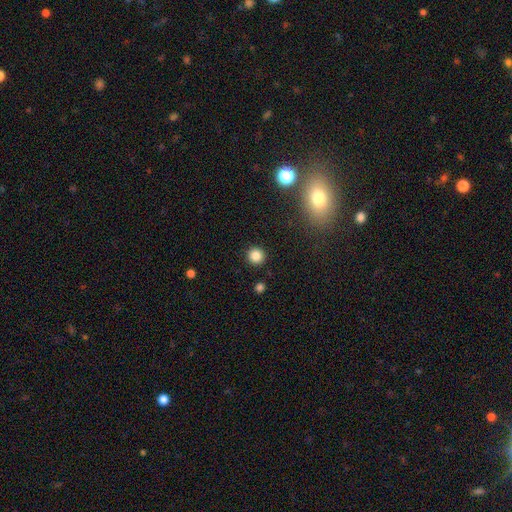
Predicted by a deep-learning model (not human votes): Smooth or featured? smooth (84%)
How rounded? round (94%)
Merging? none (91%)